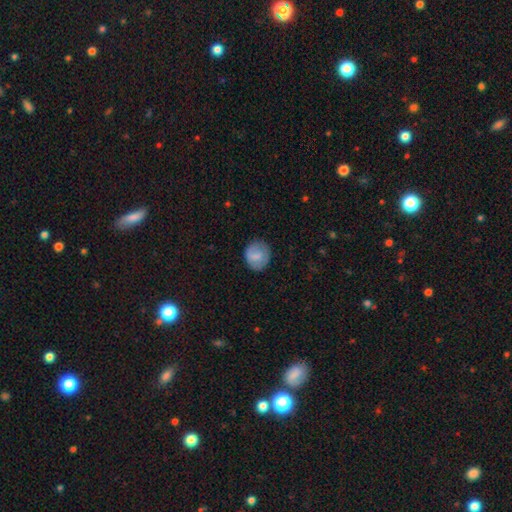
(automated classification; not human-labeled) smooth_or_featured: smooth (p=0.76) [alt: featured or disk p=0.16]
how_rounded: round (p=0.80) [alt: in between p=0.19]
merging: none (p=0.79) [alt: minor disturbance p=0.15]